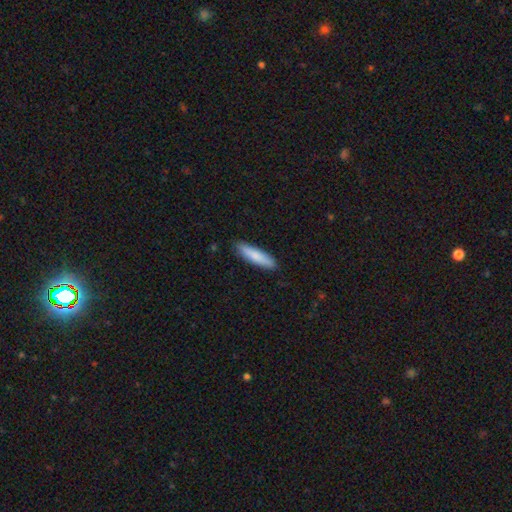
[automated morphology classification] This appears to be a smooth galaxy with no disk features (83%) that is cigar-shaped (75%). Merging: none (88%).